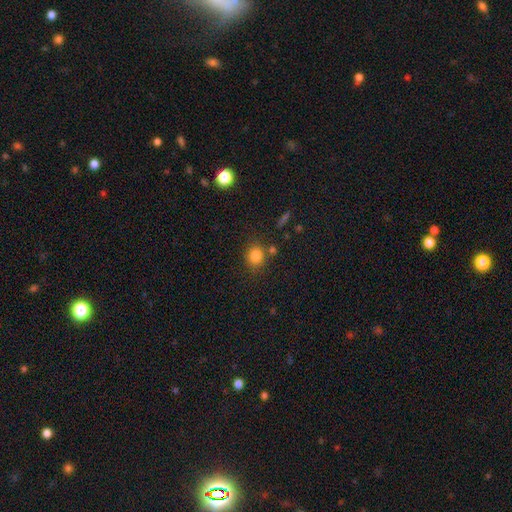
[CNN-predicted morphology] smooth_or_featured: smooth (p=0.82) [alt: star or artifact p=0.12]
how_rounded: round (p=0.75) [alt: in between p=0.24]
merging: none (p=0.76) [alt: minor disturbance p=0.12]